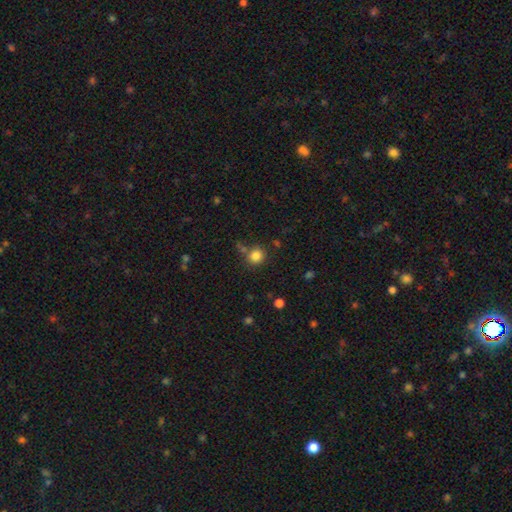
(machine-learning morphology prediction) A smooth galaxy with no disk features (83%) that is round (87%). Merging: none (74%).